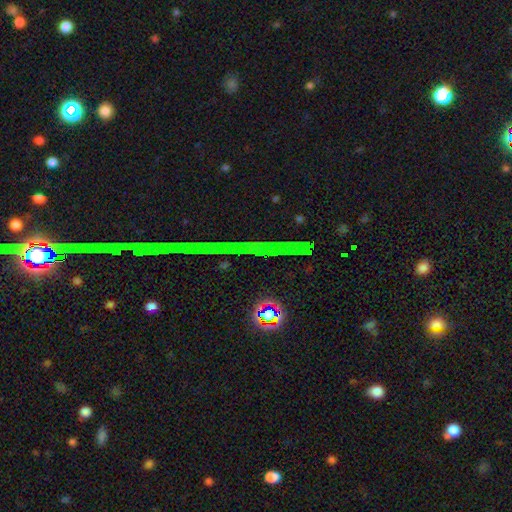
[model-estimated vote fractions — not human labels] star or artifact 81%, featured or disk 10%, smooth 9%.